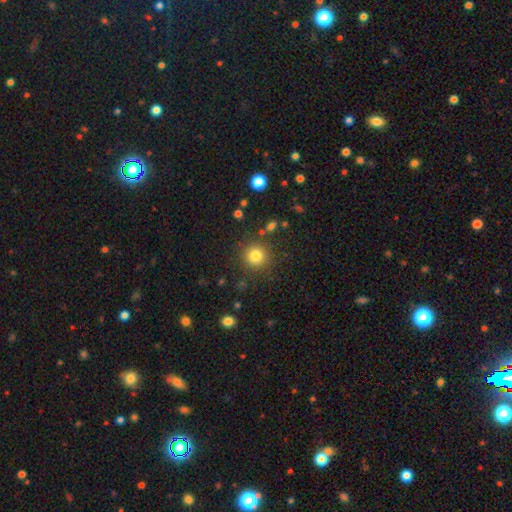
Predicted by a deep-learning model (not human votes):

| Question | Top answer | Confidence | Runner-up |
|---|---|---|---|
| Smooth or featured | smooth | 81% | star or artifact (13%) |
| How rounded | round | 94% | in between (5%) |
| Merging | none | 86% | minor disturbance (8%) |